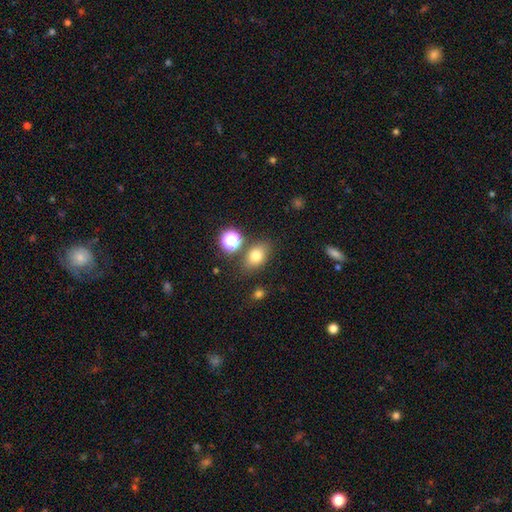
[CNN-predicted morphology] This appears to be a smooth galaxy with no disk features (75%) that is in between round and cigar-shaped (72%). Merging: none (75%).